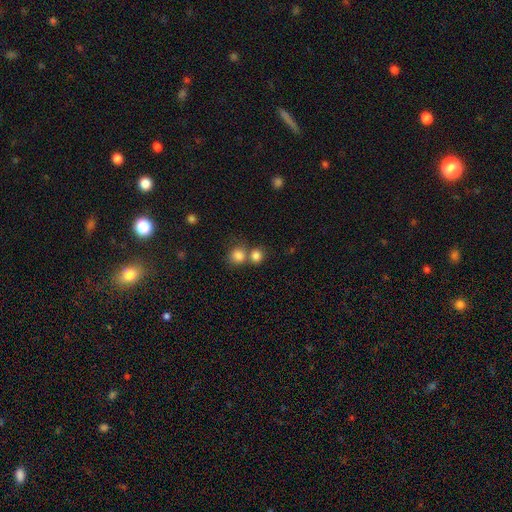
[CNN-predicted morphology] This is clearly a smooth galaxy (82%). How rounded: clearly round (83%). Merging: possibly none (50%).